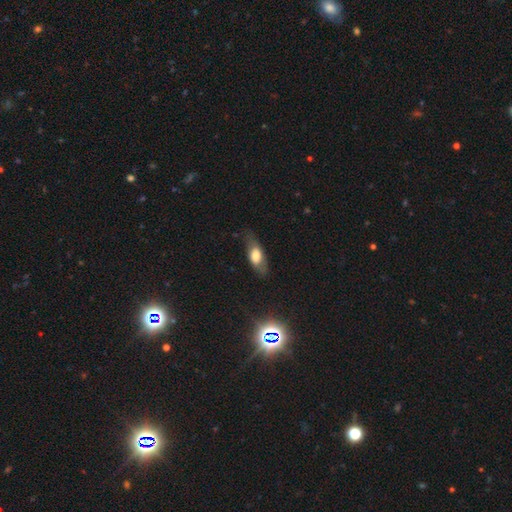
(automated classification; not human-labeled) Smooth or featured? smooth (61%)
How rounded? in between (74%)
Merging? none (68%)